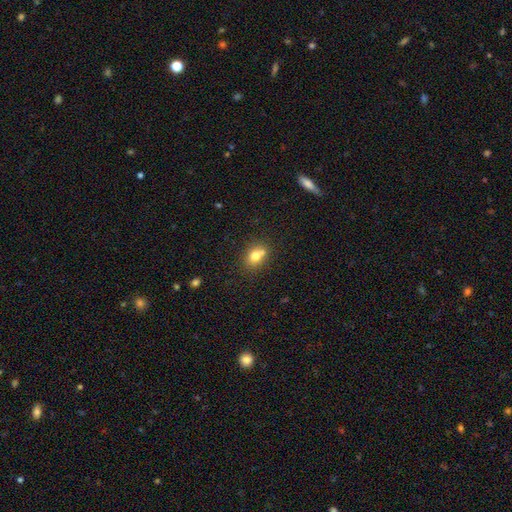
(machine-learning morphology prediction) A smooth galaxy with no disk features (74%) that is in between round and cigar-shaped (56%). Merging: none (52%).